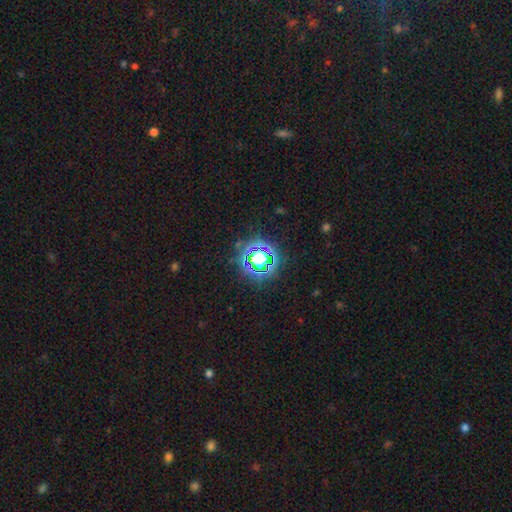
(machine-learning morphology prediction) A star or artifact, not a galaxy (65%).

Vote fractions:
- Smooth or featured? star or artifact: 65% / smooth: 24% / featured or disk: 12%